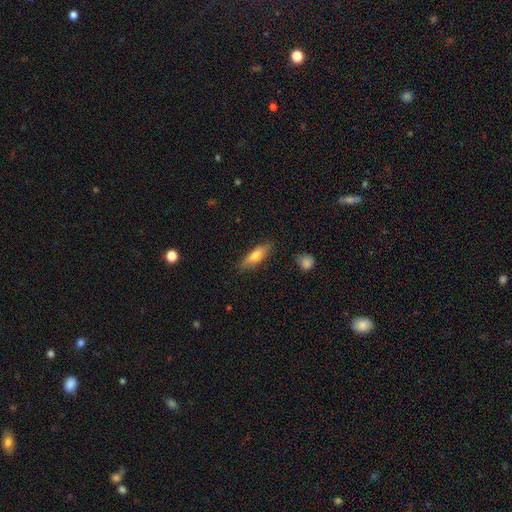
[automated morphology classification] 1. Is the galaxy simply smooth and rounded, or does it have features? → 62% smooth, 31% featured or disk, 7% star or artifact.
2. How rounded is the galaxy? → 50% in between, 47% cigar-shaped, 3% round.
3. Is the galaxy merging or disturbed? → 84% none, 12% minor disturbance, 3% major disturbance, 2% merger.